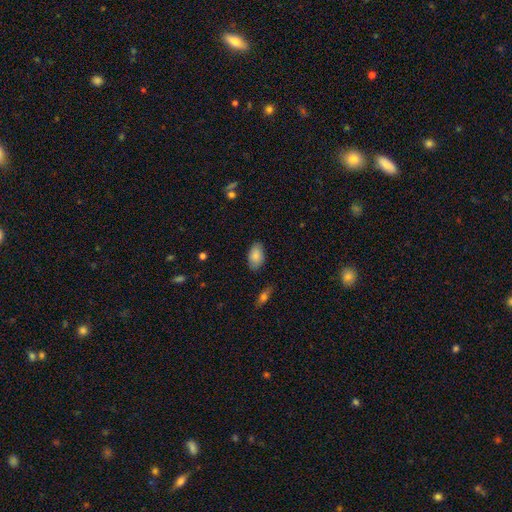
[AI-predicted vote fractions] A smooth galaxy with no disk features (85%) that is in between round and cigar-shaped (93%). Merging: none (83%).